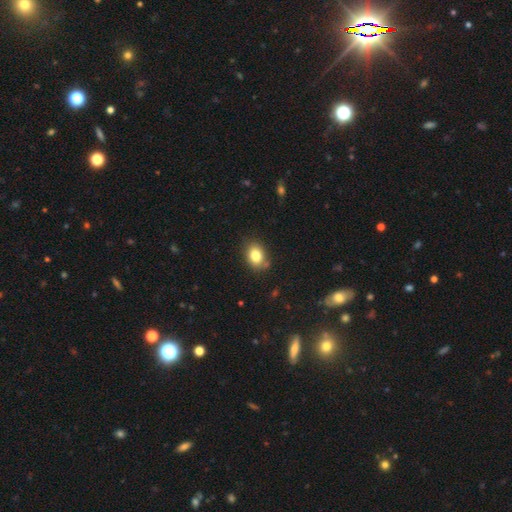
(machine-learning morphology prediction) This is clearly a smooth galaxy (82%). How rounded: likely in between (70%). Merging: likely none (78%).